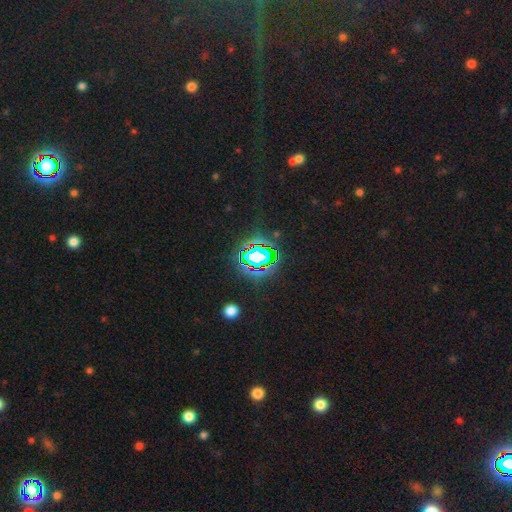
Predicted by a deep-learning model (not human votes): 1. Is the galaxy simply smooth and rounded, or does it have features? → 75% star or artifact, 14% smooth, 10% featured or disk.